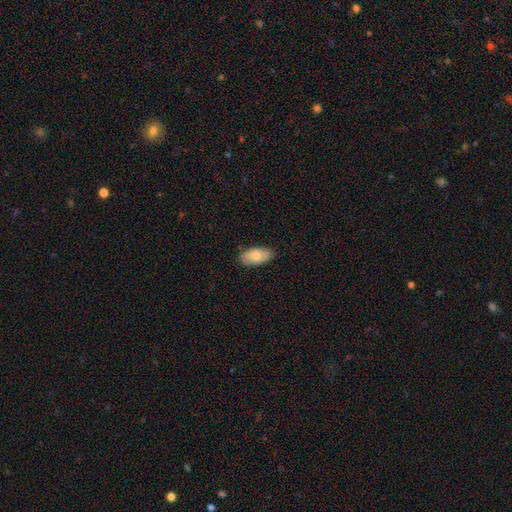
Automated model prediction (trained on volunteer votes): smooth 78%, featured or disk 16%, star or artifact 6%. Down the decision tree: how rounded — in between (94%); merging — none (83%).